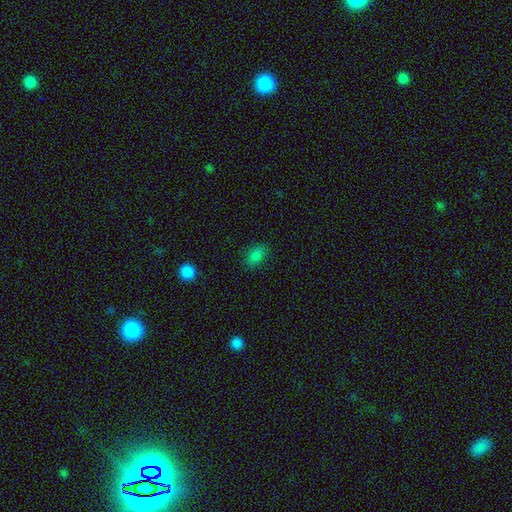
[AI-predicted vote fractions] Smooth or featured? Predicted: smooth (p=0.82). How rounded? Predicted: in between (p=0.87). Merging? Predicted: none (p=0.81).